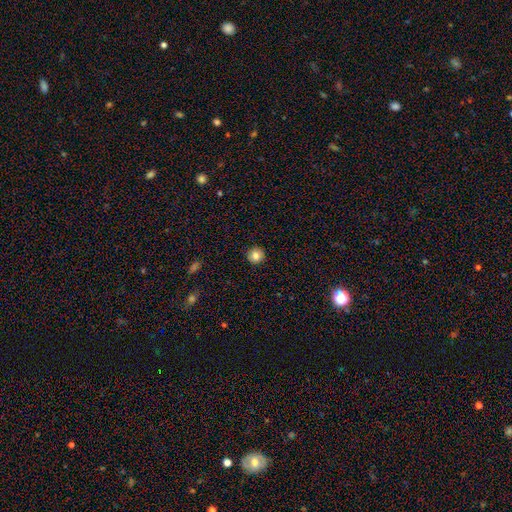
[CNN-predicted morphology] This appears to be a smooth galaxy with no disk features (83%) that is round (94%). Merging: none (92%).